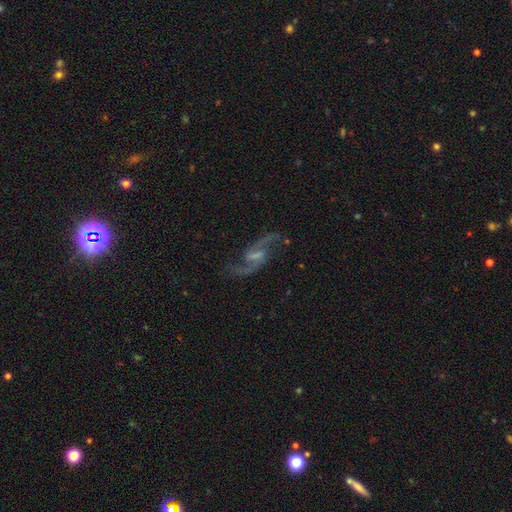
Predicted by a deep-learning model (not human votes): Smooth or featured? featured or disk (91%)
Edge-on disk? no (97%)
Bar? weak (54%)
Spiral arms? yes (97%)
Spiral winding? loose (63%)
Spiral arm count? 2 (94%)
Bulge size? none (42%)
Merging? none (79%)